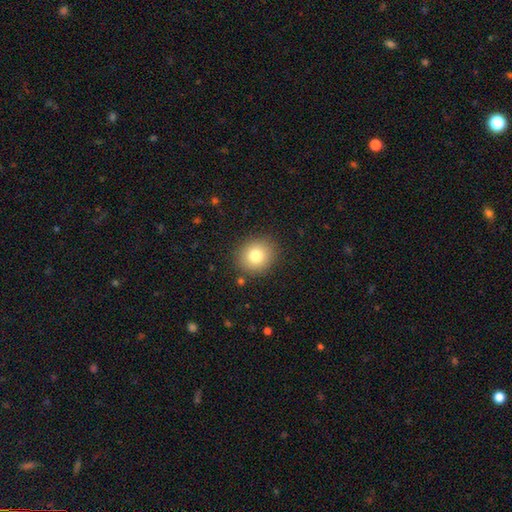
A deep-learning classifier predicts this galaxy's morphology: This appears to be a smooth galaxy with no disk features (80%) that is round (85%). Merging: none (88%).